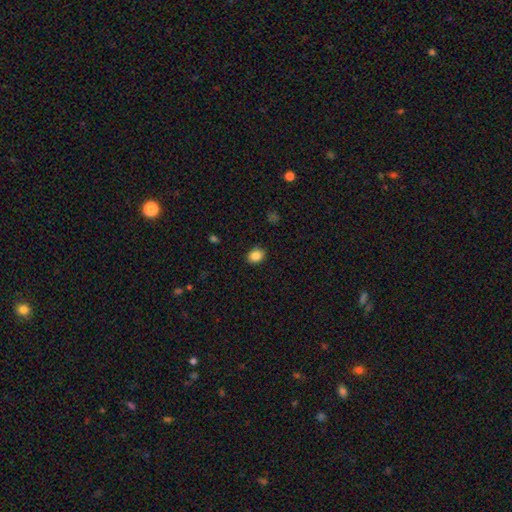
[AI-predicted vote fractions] This is clearly a smooth galaxy (85%). How rounded: possibly in between (53%). Merging: clearly none (90%).